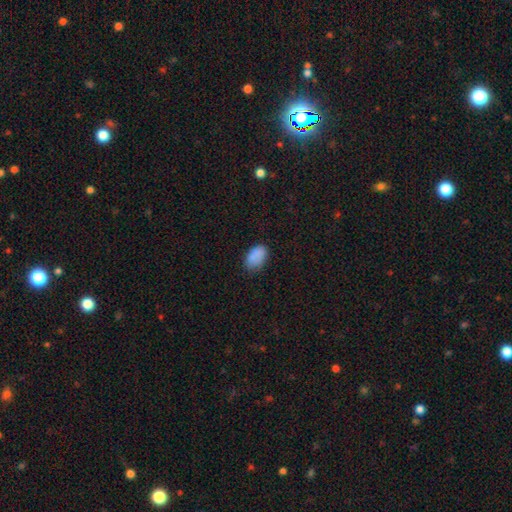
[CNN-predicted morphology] This appears to be a smooth galaxy with no disk features (85%) that is in between round and cigar-shaped (90%). Merging: none (75%).